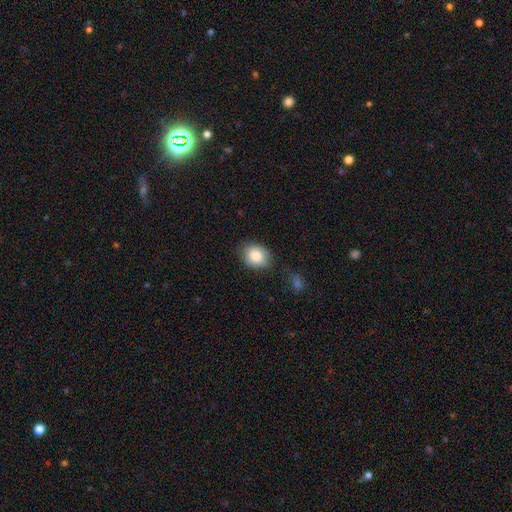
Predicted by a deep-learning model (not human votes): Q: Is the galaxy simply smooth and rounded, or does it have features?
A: smooth — 84%.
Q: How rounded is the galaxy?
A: in between — 54%.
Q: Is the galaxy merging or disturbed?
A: none — 74%.